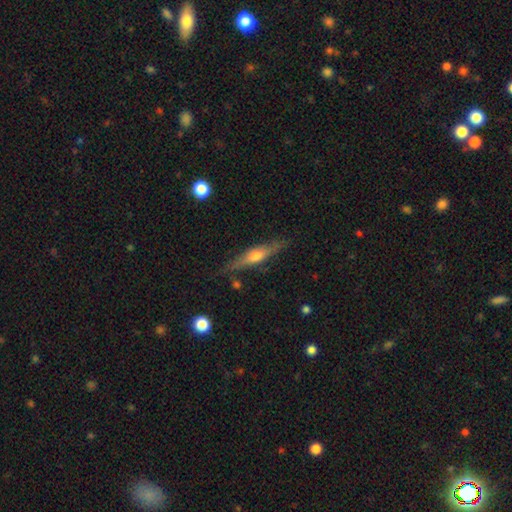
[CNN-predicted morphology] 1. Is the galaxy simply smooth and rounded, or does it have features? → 64% featured or disk, 30% smooth, 7% star or artifact.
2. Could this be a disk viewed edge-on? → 94% yes, 6% no.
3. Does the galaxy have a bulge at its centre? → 84% rounded, 9% boxy, 7% none.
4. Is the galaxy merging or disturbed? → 83% none, 12% minor disturbance, 3% major disturbance, 2% merger.